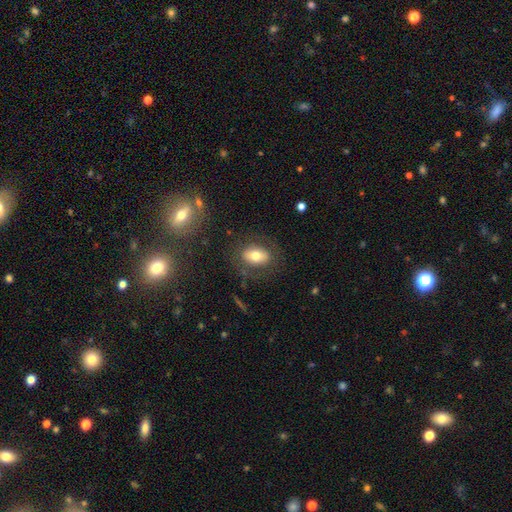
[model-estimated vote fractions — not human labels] Q: Smooth or featured?
A: smooth (66%); runner-up: featured or disk (25%)
Q: How rounded?
A: in between (81%); runner-up: round (17%)
Q: Merging?
A: none (76%); runner-up: minor disturbance (13%)